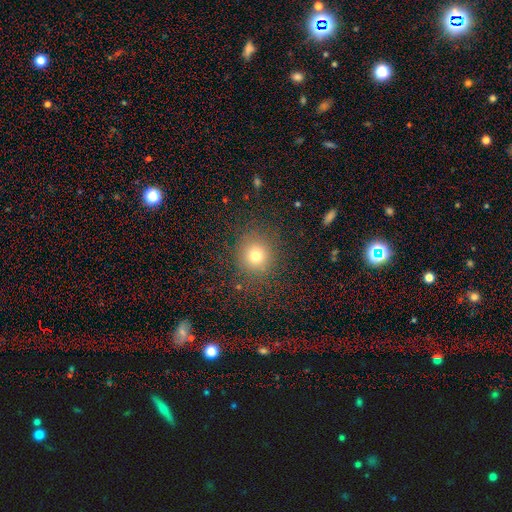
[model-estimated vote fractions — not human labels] Smooth or featured?
  - smooth: 74% *
  - star or artifact: 16%
  - featured or disk: 9%
How rounded?
  - round: 88% *
  - in between: 11%
  - cigar-shaped: 1%
Merging?
  - none: 86% *
  - minor disturbance: 9%
  - major disturbance: 5%
  - merger: 1%